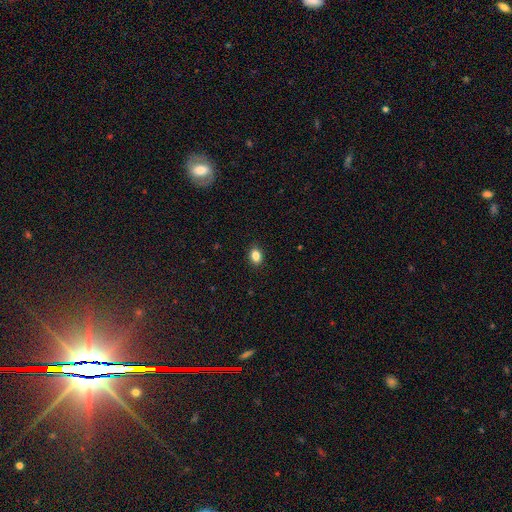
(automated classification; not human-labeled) Overall: smooth (86%). How rounded: in between (68%; round 30%). Merging: none (89%).